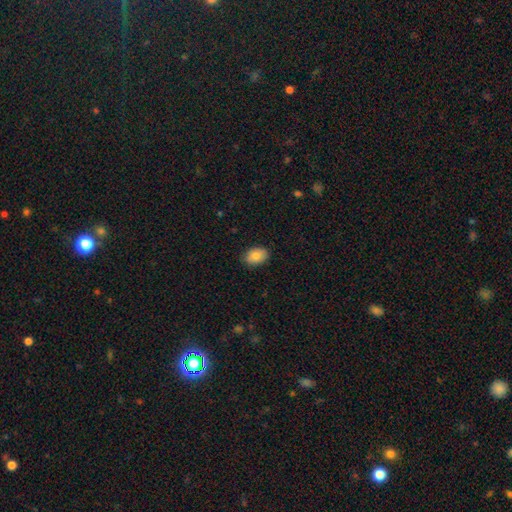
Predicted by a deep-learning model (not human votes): A smooth galaxy with no disk features (83%) that is in between round and cigar-shaped (83%).

Vote fractions:
- Smooth or featured? smooth: 83% / featured or disk: 10% / star or artifact: 7%
- How rounded? in between: 83% / round: 16% / cigar-shaped: 1%
- Merging? none: 86% / minor disturbance: 11% / major disturbance: 2% / merger: 1%